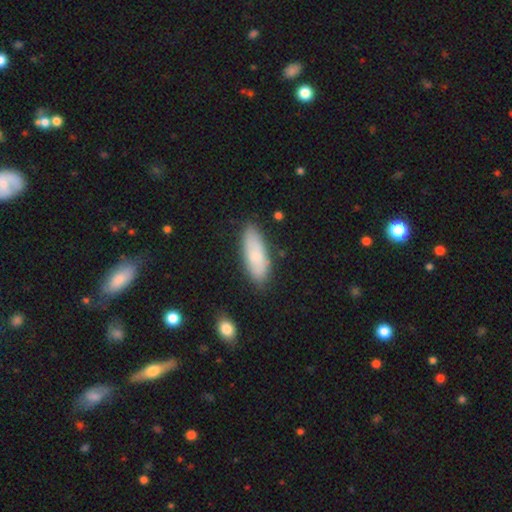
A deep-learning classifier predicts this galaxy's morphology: smooth 74%, featured or disk 20%, star or artifact 6%. Down the decision tree: how rounded — in between (71%); merging — none (80%).